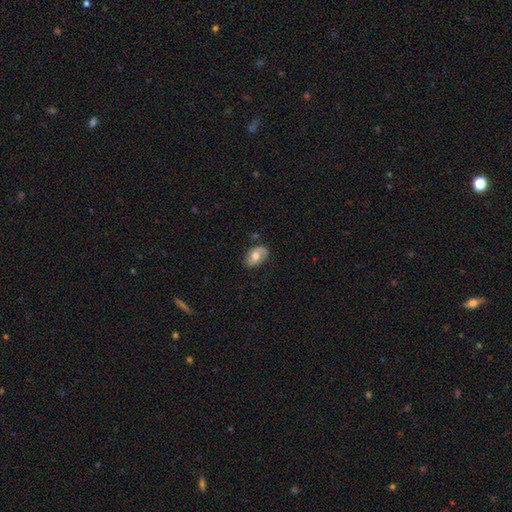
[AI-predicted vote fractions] Smooth or featured? smooth (55%)
How rounded? in between (89%)
Merging? none (72%)